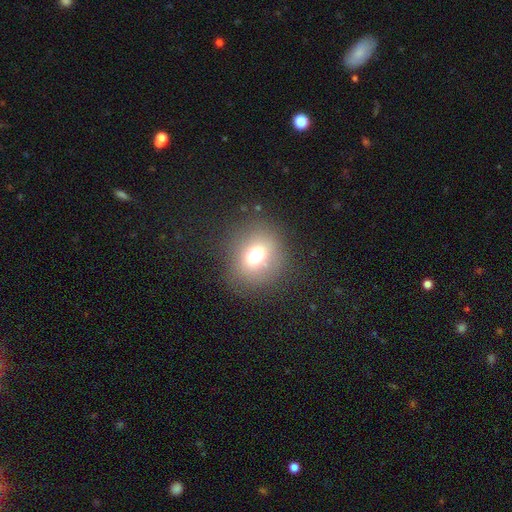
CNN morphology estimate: The model was most divided on "smooth or featured": smooth: 69%, star or artifact: 17%, featured or disk: 14%. More confident: merging — none (81%); how rounded — round (76%).